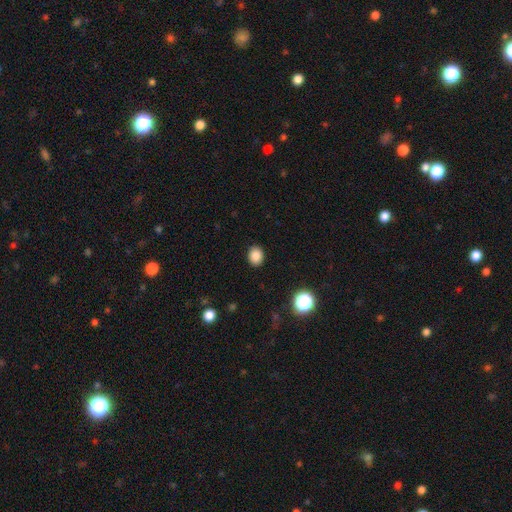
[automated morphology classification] smooth 86%, star or artifact 10%, featured or disk 4%. Down the decision tree: how rounded — in between (50%); merging — none (91%).